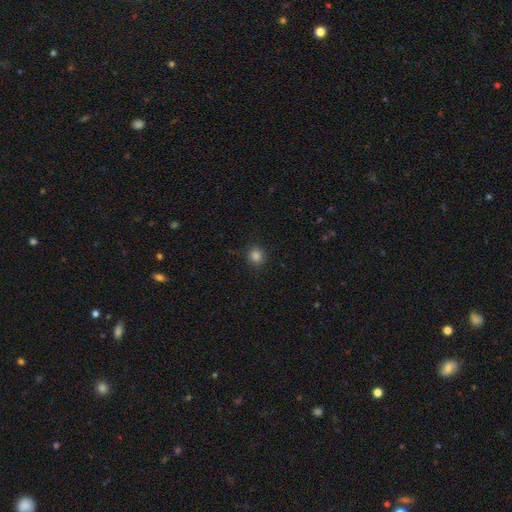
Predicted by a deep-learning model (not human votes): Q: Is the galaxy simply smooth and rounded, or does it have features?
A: smooth — 84%.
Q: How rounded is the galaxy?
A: round — 92%.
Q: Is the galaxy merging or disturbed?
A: none — 90%.